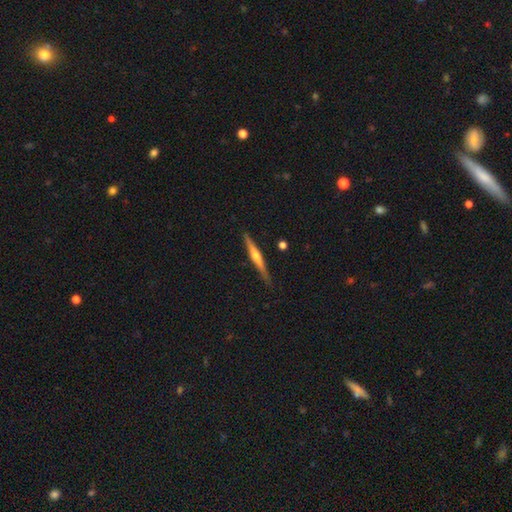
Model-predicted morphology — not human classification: The model was most divided on "smooth or featured": featured or disk: 65%, smooth: 29%, star or artifact: 6%. More confident: edge-on disk — yes (97%); merging — none (86%); edge-on bulge — rounded (76%).